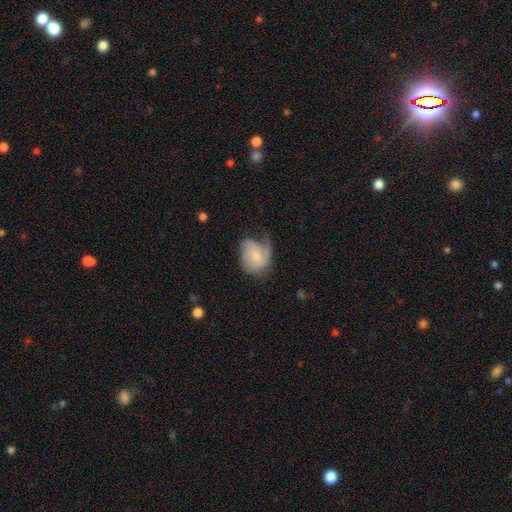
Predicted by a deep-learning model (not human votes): Smooth or featured? featured or disk (60%)
Edge-on disk? no (97%)
Bar? no (72%)
Spiral arms? yes (83%)
Bulge size? small (63%)
Merging? major disturbance (35%)